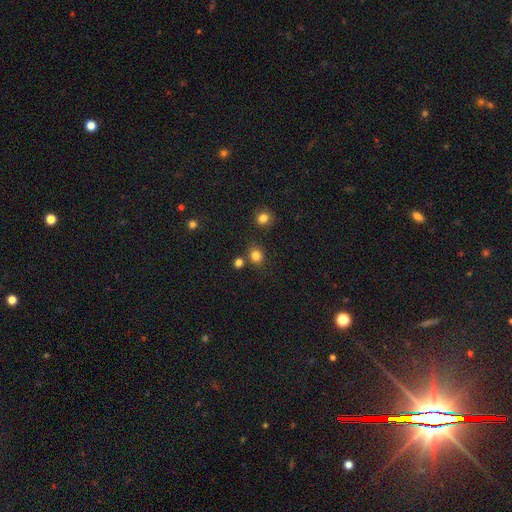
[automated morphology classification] smooth-or-featured: smooth: 81% | star or artifact: 14% | featured or disk: 5%
  how-rounded: round: 79% | in between: 20% | cigar-shaped: 1%
  merging: none: 76% | merger: 11% | minor disturbance: 9% | major disturbance: 3%